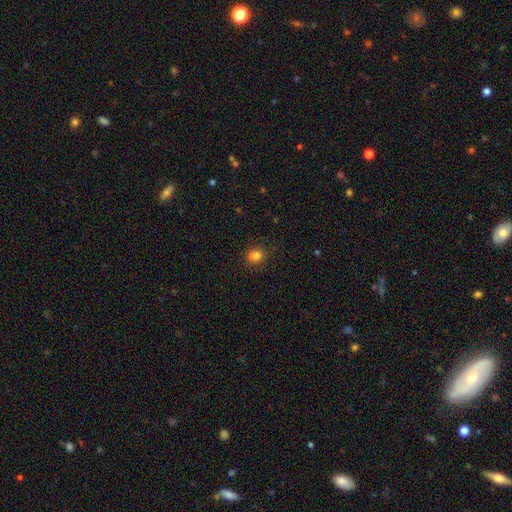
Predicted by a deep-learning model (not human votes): A smooth galaxy with no disk features (83%) that is round (72%).

Vote fractions:
- Smooth or featured? smooth: 83% / star or artifact: 12% / featured or disk: 5%
- How rounded? round: 72% / in between: 27% / cigar-shaped: 1%
- Merging? none: 86% / minor disturbance: 10% / major disturbance: 3% / merger: 1%